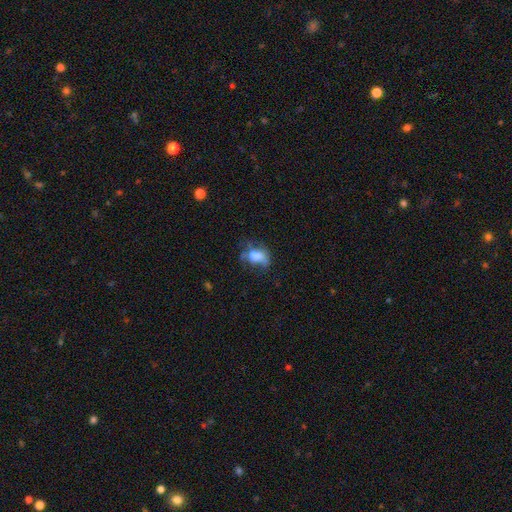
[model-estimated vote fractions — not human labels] This is likely a smooth galaxy (63%). How rounded: likely in between (78%). Merging: marginally major disturbance (34%, tied with none).